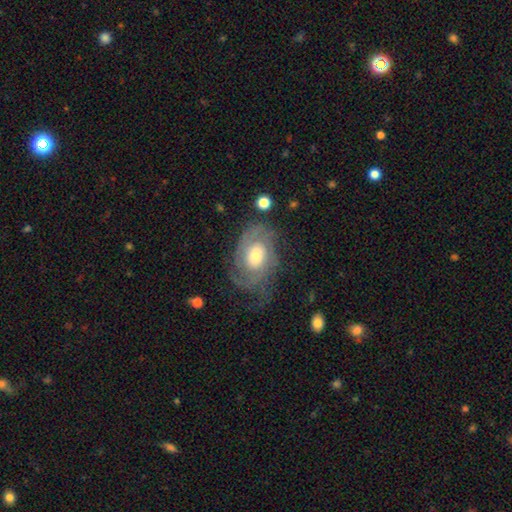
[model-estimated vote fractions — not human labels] Smooth or featured?
  - featured or disk: 79% *
  - smooth: 15%
  - star or artifact: 6%
Edge-on disk?
  - no: 96% *
  - yes: 4%
Bar?
  - no: 71% *
  - weak: 24%
  - strong: 4%
Spiral arms?
  - yes: 90% *
  - no: 10%
Spiral winding?
  - tight: 55% *
  - medium: 34%
  - loose: 12%
Spiral arm count?
  - can't tell: 35% *
  - 2: 34%
  - 3: 14%
  - 1: 7%
  - 4: 6%
  - more than 4: 5%
Bulge size?
  - moderate: 59% *
  - small: 19%
  - large: 18%
  - dominant: 2%
  - none: 2%
Merging?
  - none: 59% *
  - minor disturbance: 22%
  - major disturbance: 17%
  - merger: 2%